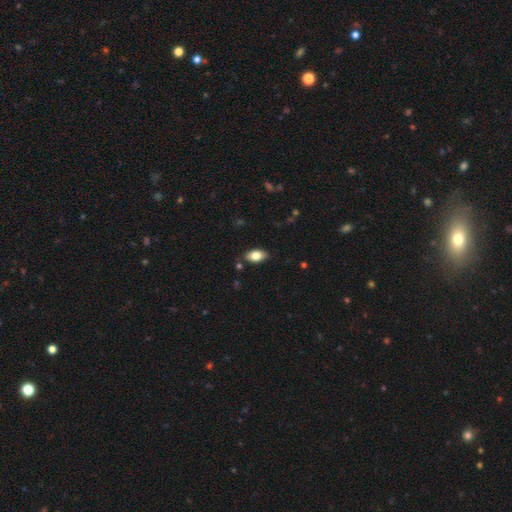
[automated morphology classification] A smooth galaxy with no disk features (81%) that is in between round and cigar-shaped (92%).

Vote fractions:
- Smooth or featured? smooth: 81% / featured or disk: 11% / star or artifact: 7%
- How rounded? in between: 92% / round: 5% / cigar-shaped: 3%
- Merging? none: 85% / minor disturbance: 11% / major disturbance: 2% / merger: 2%